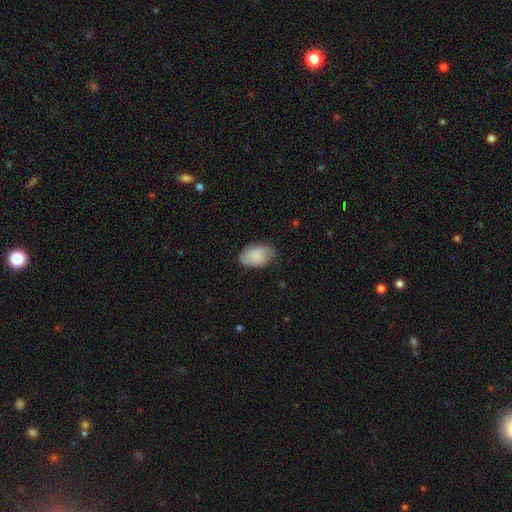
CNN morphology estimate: A smooth galaxy with no disk features (68%) that is in between round and cigar-shaped (90%).

Vote fractions:
- Smooth or featured? smooth: 68% / featured or disk: 25% / star or artifact: 7%
- How rounded? in between: 90% / round: 8% / cigar-shaped: 1%
- Merging? none: 70% / minor disturbance: 23% / major disturbance: 5% / merger: 1%